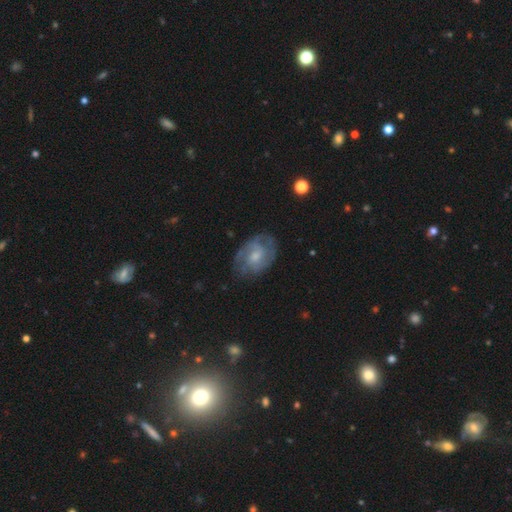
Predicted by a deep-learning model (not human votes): featured or disk 67%, smooth 26%, star or artifact 6%. Down the decision tree: edge-on disk — no (97%); bar — no (57%); spiral arms — yes (82%); spiral arm count — 2 (41%); spiral winding — tight (43%); bulge size — moderate (46%); merging — none (69%).